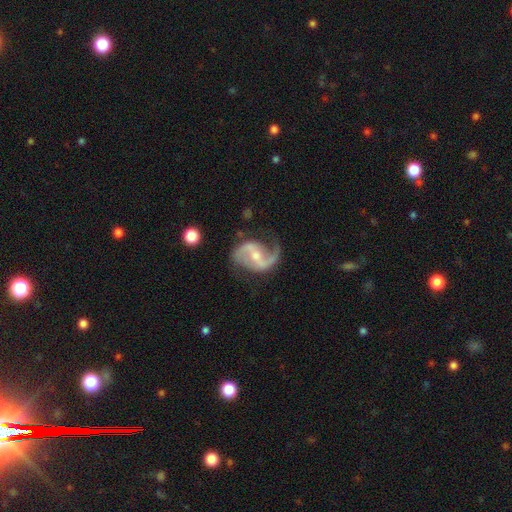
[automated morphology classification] Overall: featured or disk (90%). Edge-on disk: no (98%). Bar: weak (43%; strong 36%). Spiral arms: yes (96%). Spiral arm count: 2 (88%). Spiral winding: loose (48%; medium 42%). Bulge size: small (48%; moderate 47%). Merging: none (68%).